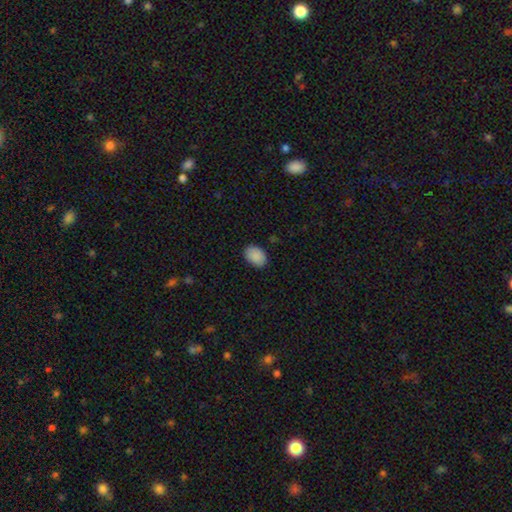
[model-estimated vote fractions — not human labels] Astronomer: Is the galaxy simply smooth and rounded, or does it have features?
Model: smooth — 90%.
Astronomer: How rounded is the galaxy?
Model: in between — 79%.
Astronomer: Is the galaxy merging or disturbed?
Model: none — 88%.